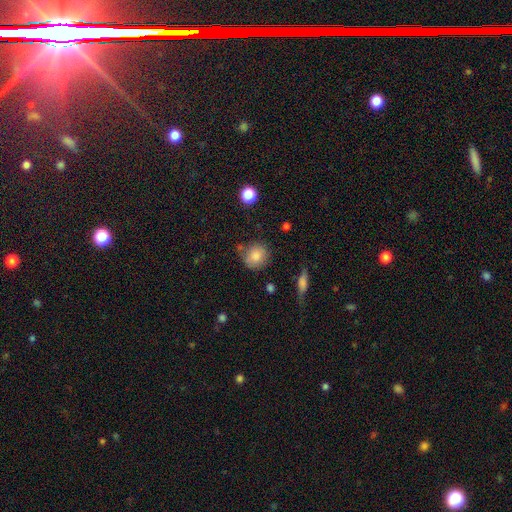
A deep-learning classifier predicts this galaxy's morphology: Q: Smooth or featured?
A: smooth (83%); runner-up: star or artifact (9%)
Q: How rounded?
A: round (82%); runner-up: in between (17%)
Q: Merging?
A: none (73%); runner-up: minor disturbance (17%)